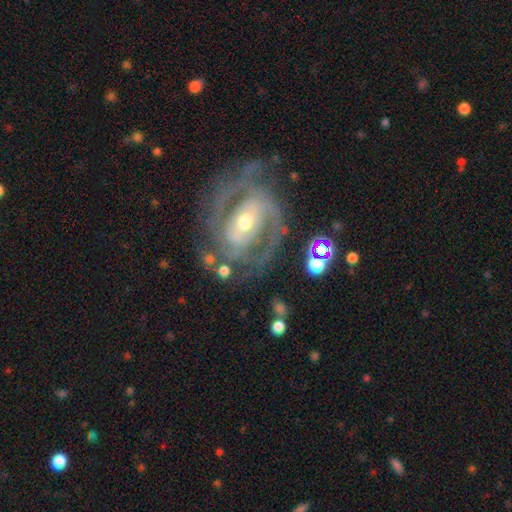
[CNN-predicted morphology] A featured or disk galaxy (89%) with a strong bar (39%), 2 (67%) tight (52%) spiral arms (95%) and a small central bulge (49%).

Vote fractions:
- Smooth or featured? featured or disk: 89% / star or artifact: 6% / smooth: 5%
- Edge-on disk? no: 97% / yes: 3%
- Bar? strong: 39% / weak: 35% / no: 26%
- Spiral arms? yes: 95% / no: 5%
- Spiral winding? tight: 52% / medium: 40% / loose: 8%
- Spiral arm count? 2: 67% / 3: 12% / can't tell: 11% / 4: 3% / 1: 3% / more than 4: 3%
- Bulge size? small: 49% / moderate: 46% / large: 3% / none: 1% / dominant: 1%
- Merging? none: 70% / minor disturbance: 16% / major disturbance: 11% / merger: 3%